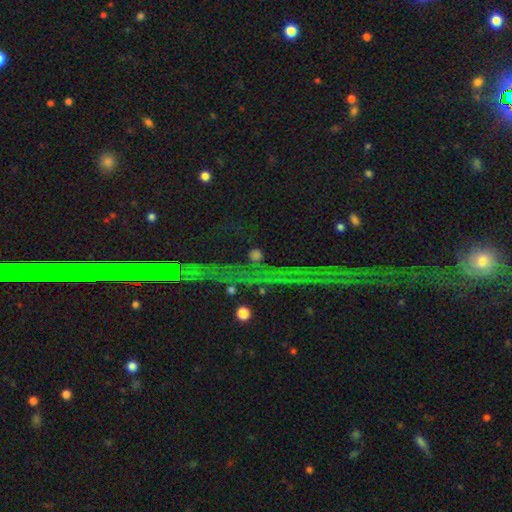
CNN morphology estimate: Smooth or featured?
  - star or artifact: 63% *
  - smooth: 24%
  - featured or disk: 13%